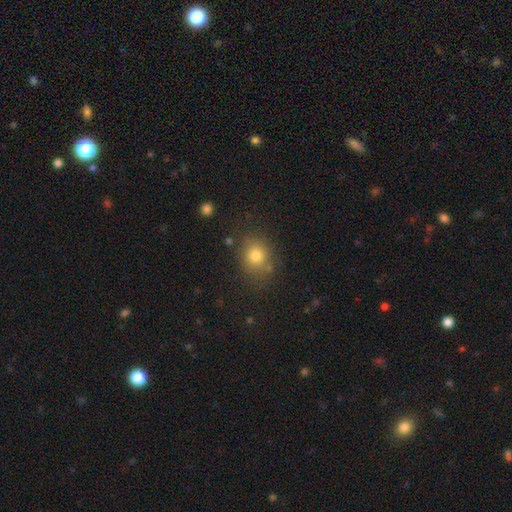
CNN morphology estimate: smooth 78%, star or artifact 13%, featured or disk 9%. Down the decision tree: how rounded — round (73%); merging — none (78%).